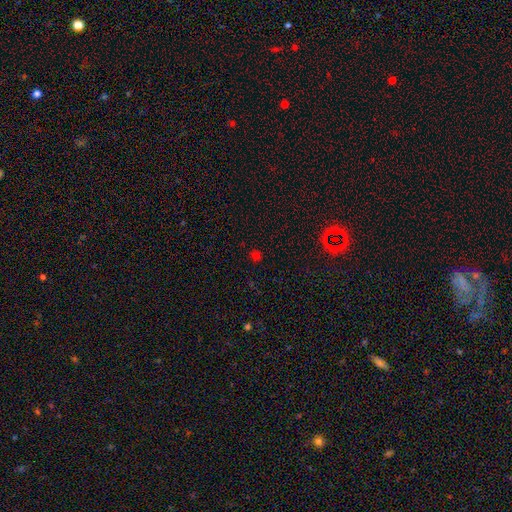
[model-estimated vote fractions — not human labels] Smooth or featured? smooth (60%)
How rounded? round (88%)
Merging? none (86%)